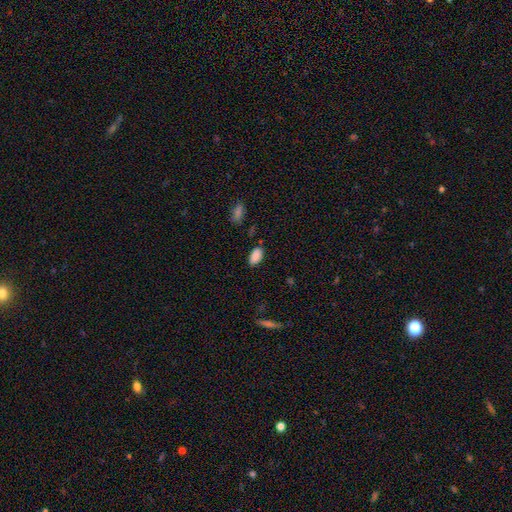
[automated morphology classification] type=smooth (88%); roundness=in between (94%); merging=none (81%).